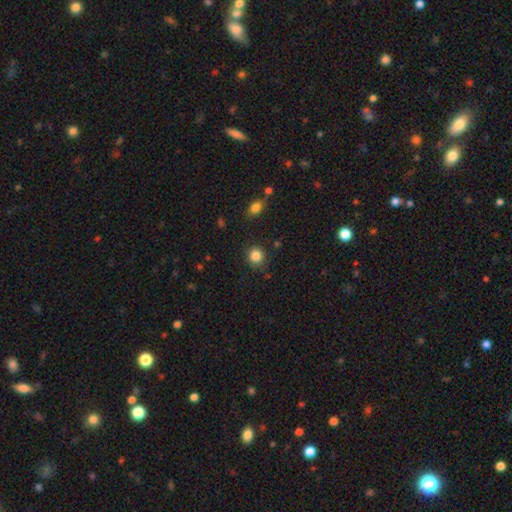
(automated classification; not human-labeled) Overall: smooth (85%). How rounded: round (87%). Merging: none (87%).